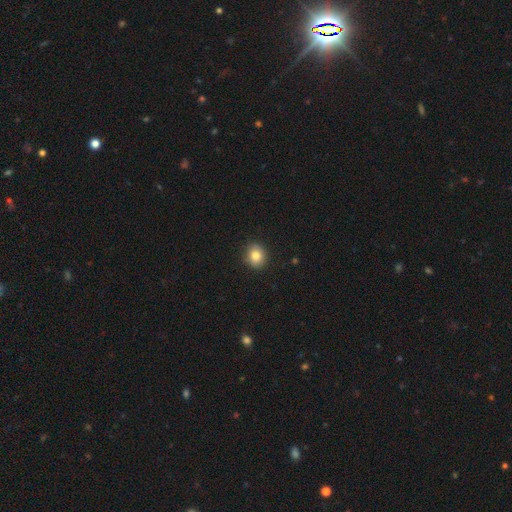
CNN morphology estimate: This is clearly a smooth galaxy (82%). How rounded: likely round (67%). Merging: clearly none (90%).